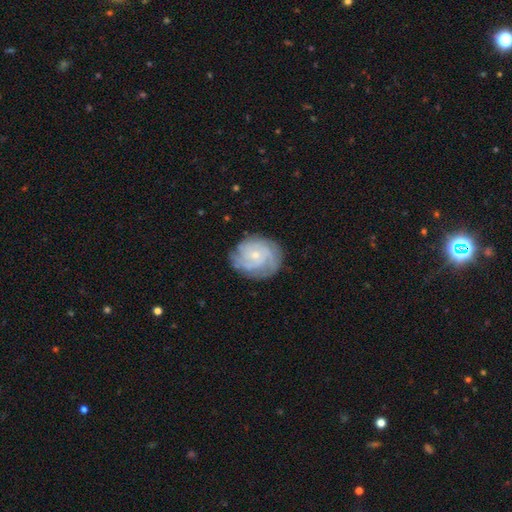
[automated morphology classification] Overall: featured or disk (79%). Edge-on disk: no (98%). Bar: no (76%). Spiral arms: yes (94%). Spiral arm count: can't tell (32%; 3 24%). Spiral winding: tight (70%). Bulge size: small (72%). Merging: none (77%).